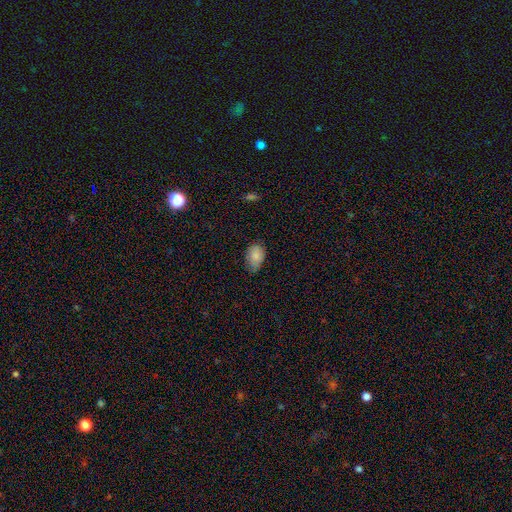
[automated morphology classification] type=smooth (85%); roundness=in between (85%); merging=none (67%).